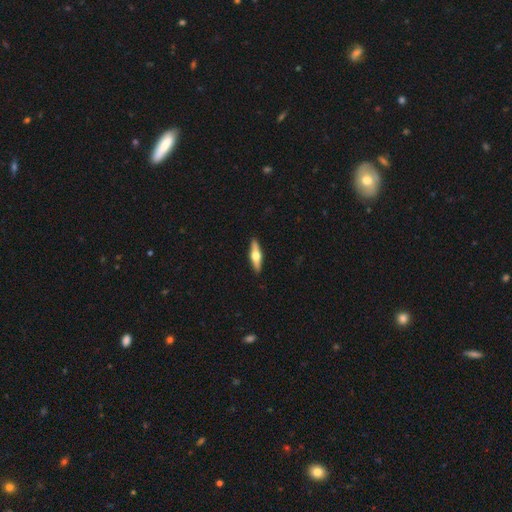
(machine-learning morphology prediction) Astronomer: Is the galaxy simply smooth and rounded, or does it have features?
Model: featured or disk — 57% (runner-up: smooth, 38%).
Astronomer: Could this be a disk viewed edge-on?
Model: yes — 94%.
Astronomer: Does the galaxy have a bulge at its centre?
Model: rounded — 96%.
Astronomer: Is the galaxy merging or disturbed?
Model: none — 91%.